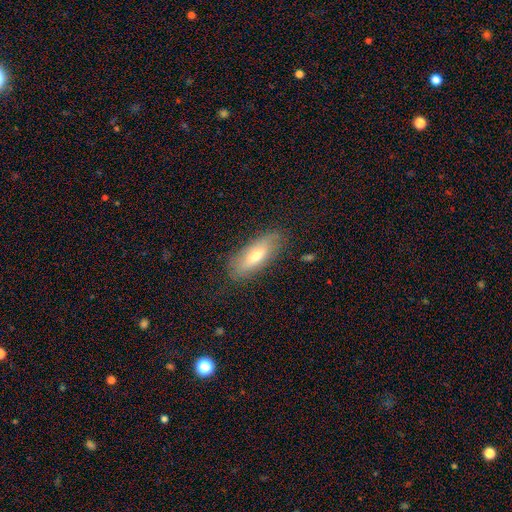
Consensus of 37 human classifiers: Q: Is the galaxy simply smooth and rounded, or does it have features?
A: smooth — 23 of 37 (62%).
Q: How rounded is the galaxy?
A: in between — 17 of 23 (74%).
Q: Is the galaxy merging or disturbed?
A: none — 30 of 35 (86%).